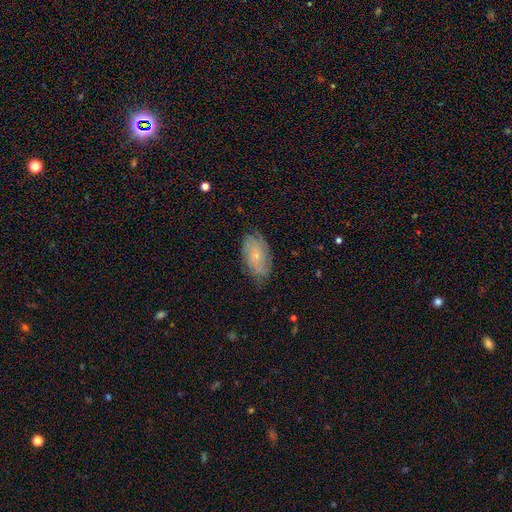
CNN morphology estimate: Q: Smooth or featured?
A: featured or disk (51%); runner-up: smooth (41%)
Q: Edge-on disk?
A: no (93%); runner-up: yes (7%)
Q: Merging?
A: none (72%); runner-up: minor disturbance (22%)